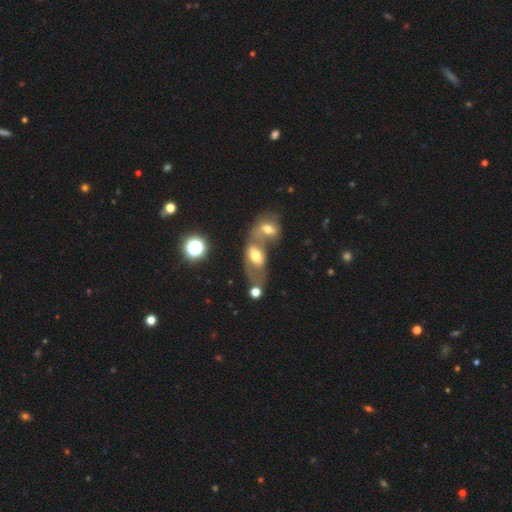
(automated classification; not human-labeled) This appears to be a smooth galaxy with no disk features (56%) that is in between round and cigar-shaped (85%). Merging: merger (63%).